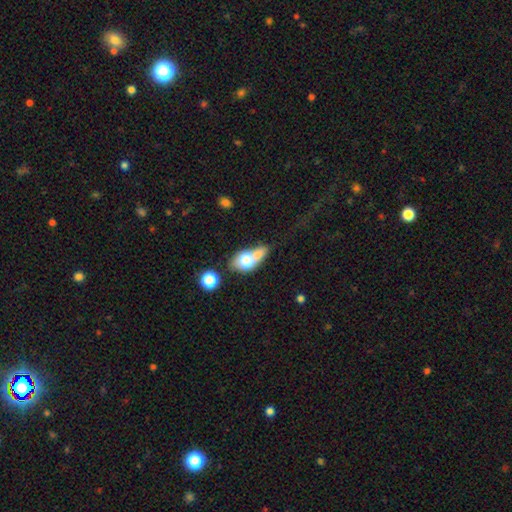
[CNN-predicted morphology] Smooth or featured? Predicted: smooth (p=0.63). How rounded? Predicted: in between (p=0.66). Merging? Predicted: merger (p=0.55).